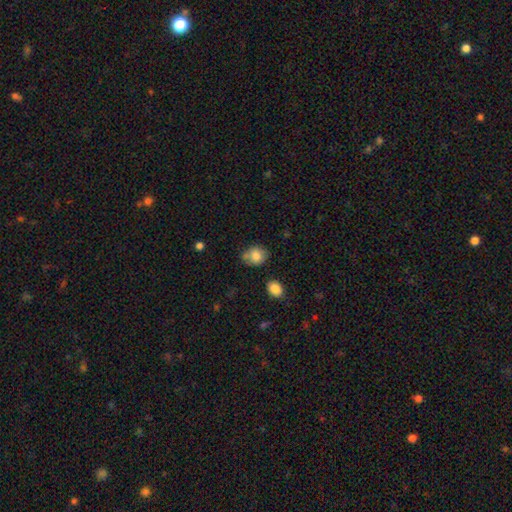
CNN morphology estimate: Smooth or featured? Predicted: smooth (p=0.82). How rounded? Predicted: round (p=0.61). Merging? Predicted: none (p=0.61).